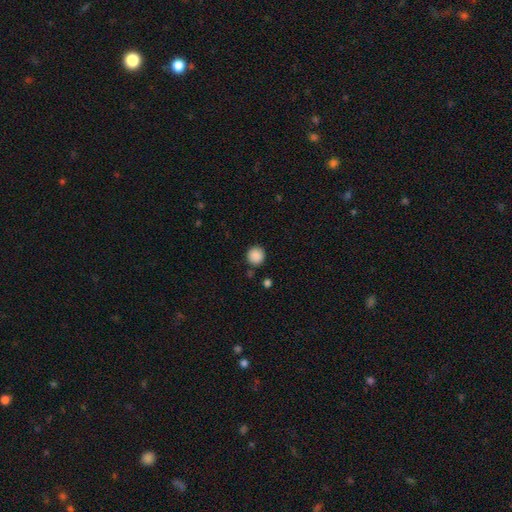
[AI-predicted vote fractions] Smooth or featured: smooth — 89% (star or artifact — 9%)
How rounded: round — 94% (in between — 5%)
Merging: none — 88% (minor disturbance — 7%)